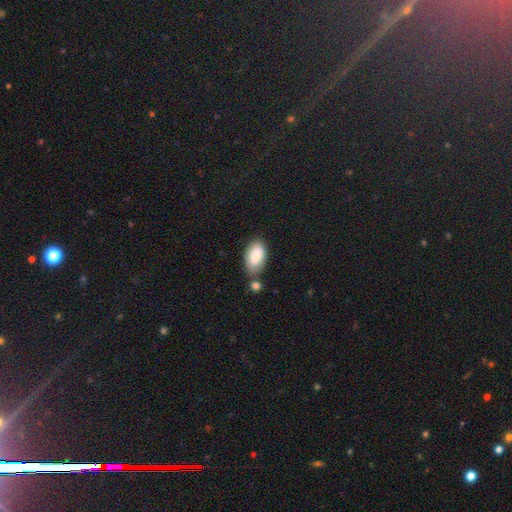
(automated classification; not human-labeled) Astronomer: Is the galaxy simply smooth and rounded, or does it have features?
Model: smooth — 81%.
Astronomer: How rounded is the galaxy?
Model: in between — 94%.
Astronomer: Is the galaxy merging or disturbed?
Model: none — 60%.